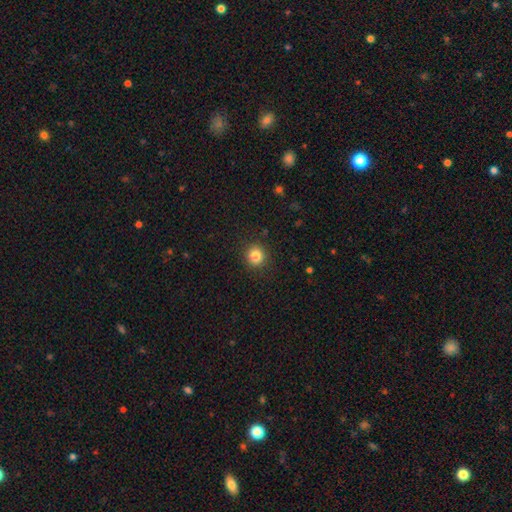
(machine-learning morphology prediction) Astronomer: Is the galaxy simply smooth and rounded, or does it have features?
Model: smooth — 83%.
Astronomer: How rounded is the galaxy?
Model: round — 89%.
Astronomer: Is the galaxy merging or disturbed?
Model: none — 90%.